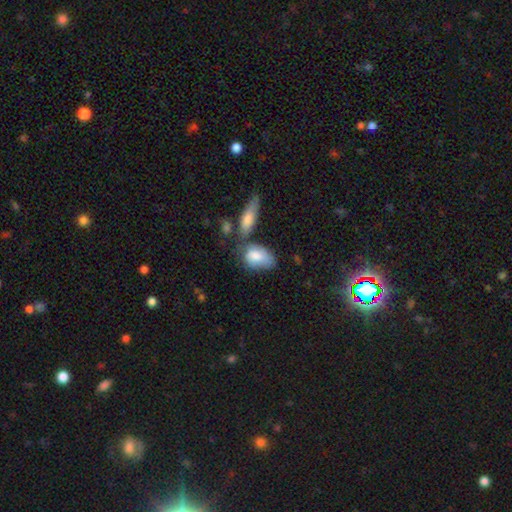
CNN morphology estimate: Smooth or featured? Predicted: smooth (p=0.75). How rounded? Predicted: in between (p=0.88). Merging? Predicted: none (p=0.34).